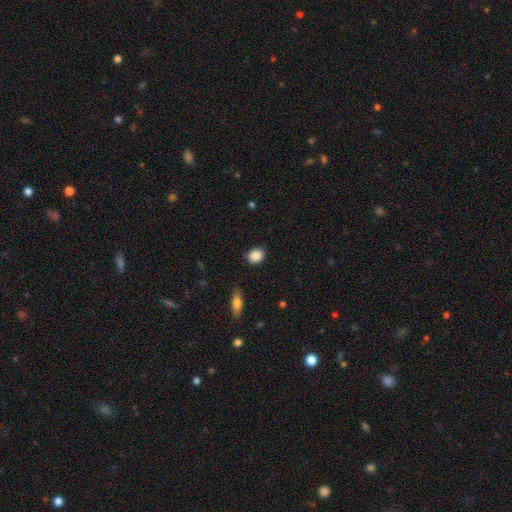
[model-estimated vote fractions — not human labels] This appears to be a smooth galaxy with no disk features (87%) that is in between round and cigar-shaped (50%). Merging: none (86%).